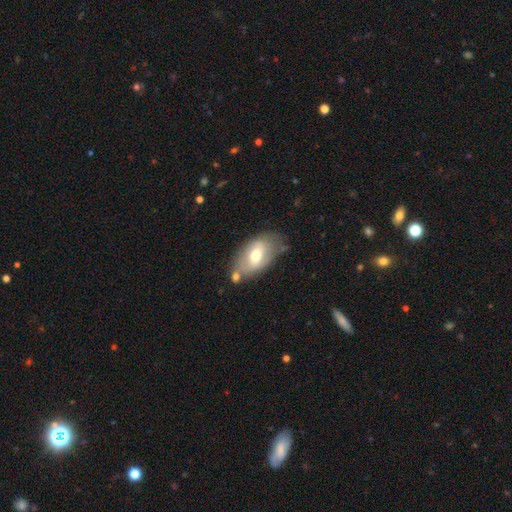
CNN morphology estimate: Smooth or featured?
  - smooth: 53% *
  - featured or disk: 40%
  - star or artifact: 7%
How rounded?
  - in between: 91% *
  - round: 6%
  - cigar-shaped: 3%
Merging?
  - none: 55% *
  - minor disturbance: 23%
  - merger: 14%
  - major disturbance: 8%